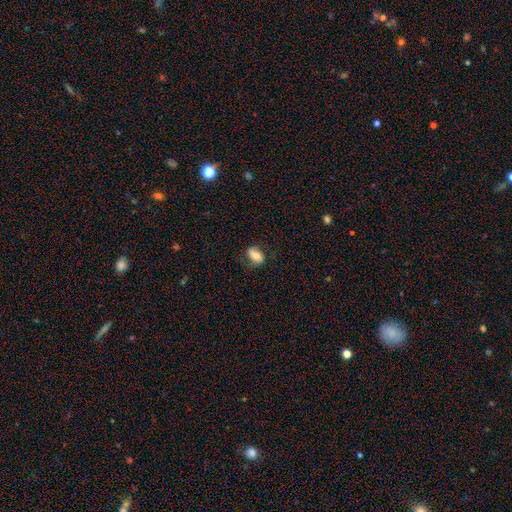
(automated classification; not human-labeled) This appears to be a smooth galaxy with no disk features (59%) that is in between round and cigar-shaped (84%). Merging: none (59%).